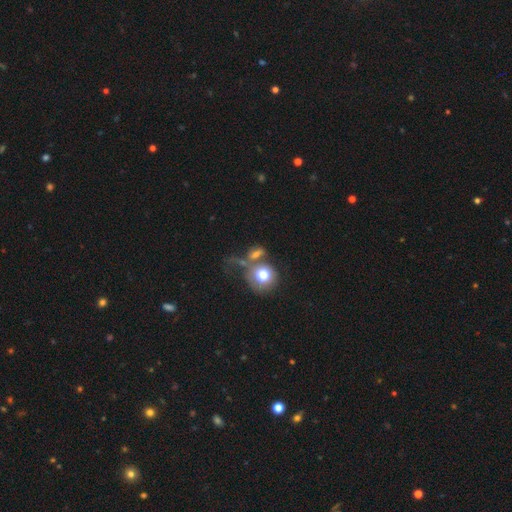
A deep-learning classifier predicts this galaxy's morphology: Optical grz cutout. It shows a smooth galaxy with no disk features (60%) that is round (81%). Merging: none (42%).